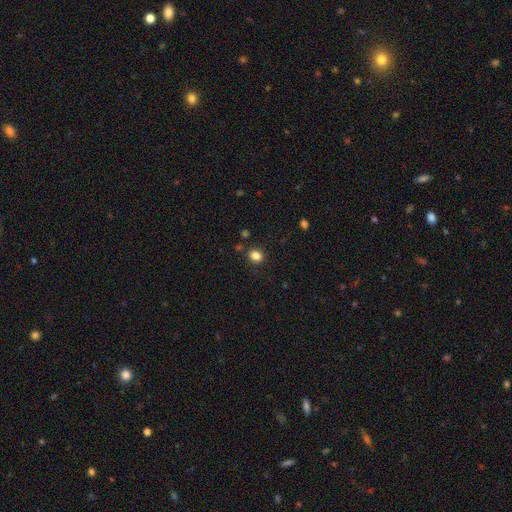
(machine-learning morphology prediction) smooth_or_featured: smooth (p=0.84) [alt: star or artifact p=0.12]
how_rounded: round (p=0.65) [alt: in between p=0.34]
merging: none (p=0.86) [alt: minor disturbance p=0.09]